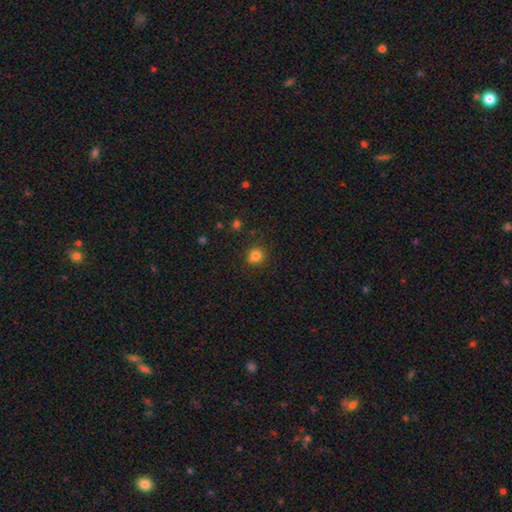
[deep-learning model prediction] This appears to be a smooth galaxy with no disk features (81%) that is round (84%). Merging: none (80%).